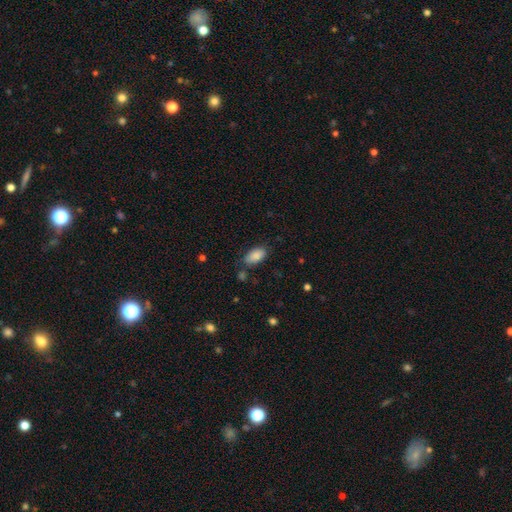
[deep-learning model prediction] This is clearly a smooth galaxy (87%). How rounded: clearly in between (94%). Merging: likely none (75%).